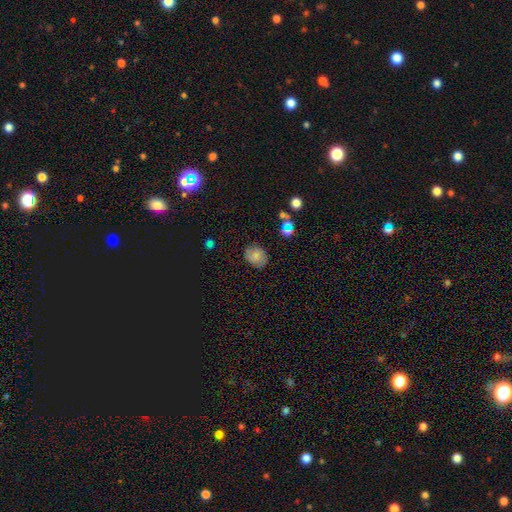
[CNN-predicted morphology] Smooth or featured? smooth (71%)
How rounded? round (54%)
Merging? none (77%)